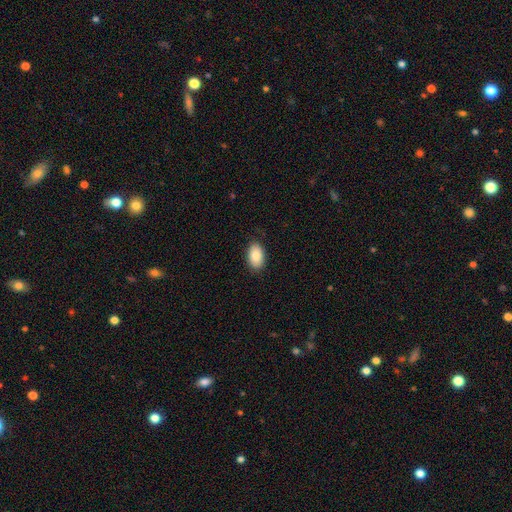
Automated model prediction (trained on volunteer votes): smooth_or_featured: smooth (p=0.88) [alt: star or artifact p=0.07]
how_rounded: in between (p=0.94) [alt: round p=0.05]
merging: none (p=0.86) [alt: minor disturbance p=0.11]